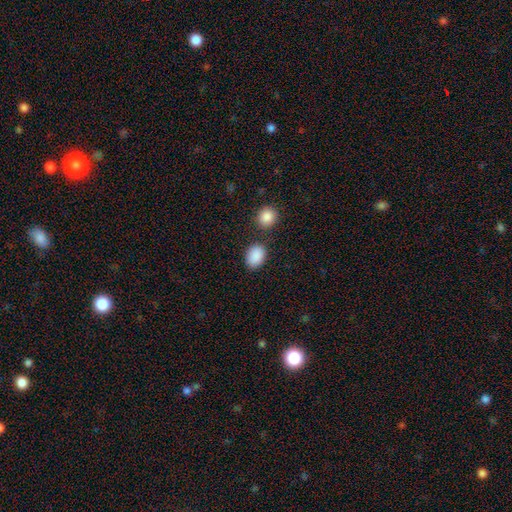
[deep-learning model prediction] Q: Smooth or featured?
A: smooth (89%); runner-up: star or artifact (8%)
Q: How rounded?
A: in between (74%); runner-up: round (24%)
Q: Merging?
A: none (76%); runner-up: minor disturbance (13%)